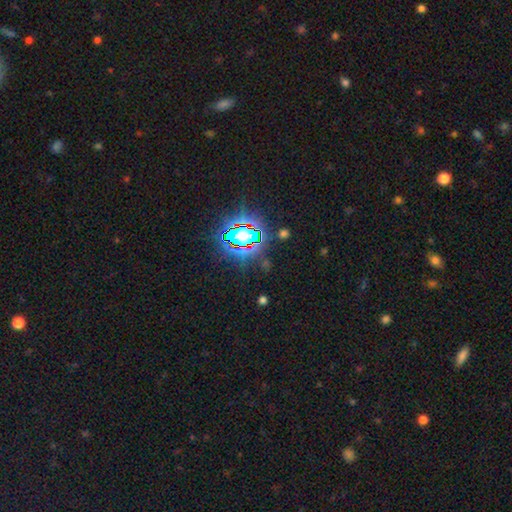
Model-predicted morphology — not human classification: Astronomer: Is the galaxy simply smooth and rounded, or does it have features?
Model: star or artifact — 83%.